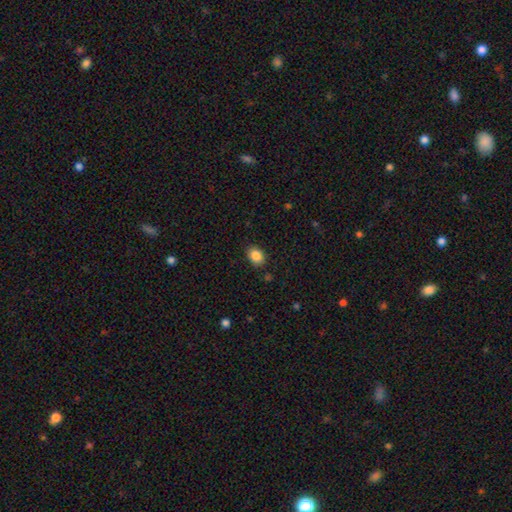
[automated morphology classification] smooth 87%, star or artifact 9%, featured or disk 5%. Down the decision tree: how rounded — in between (65%); merging — none (87%).